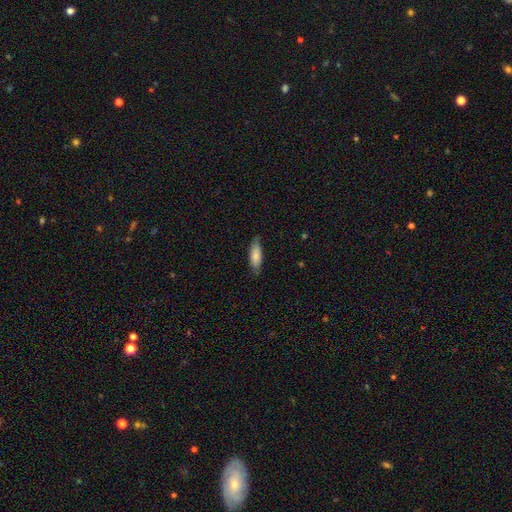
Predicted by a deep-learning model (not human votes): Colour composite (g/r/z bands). It shows a smooth galaxy with no disk features (79%) that is in between round and cigar-shaped (65%). Merging: none (73%).